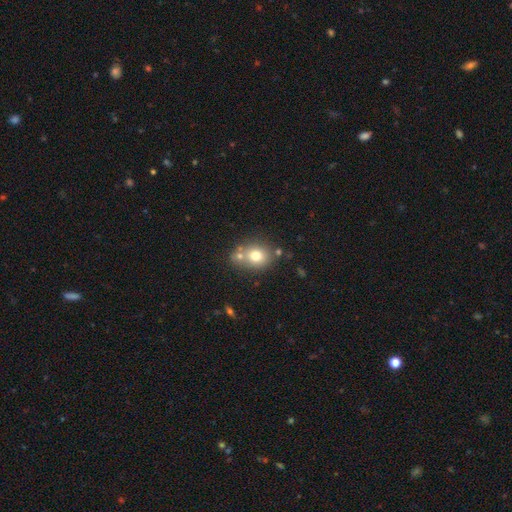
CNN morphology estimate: Q: Smooth or featured?
A: smooth (73%); runner-up: featured or disk (15%)
Q: How rounded?
A: round (64%); runner-up: in between (35%)
Q: Merging?
A: none (59%); runner-up: merger (25%)